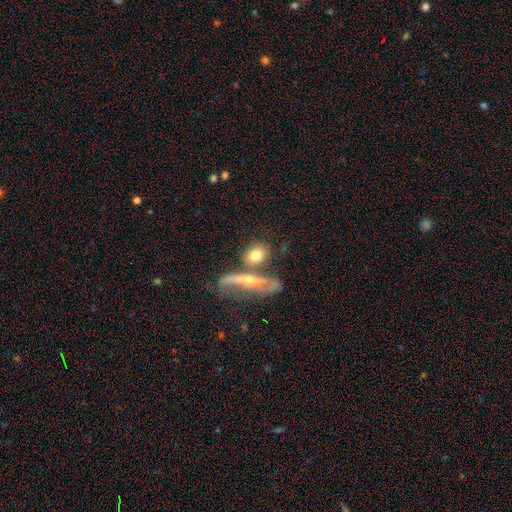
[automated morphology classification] A smooth galaxy with no disk features (64%) that is in between round and cigar-shaped (47%).

Vote fractions:
- Smooth or featured? smooth: 64% / featured or disk: 29% / star or artifact: 8%
- How rounded? in between: 47% / round: 38% / cigar-shaped: 15%
- Merging? none: 47% / merger: 32% / minor disturbance: 13% / major disturbance: 7%